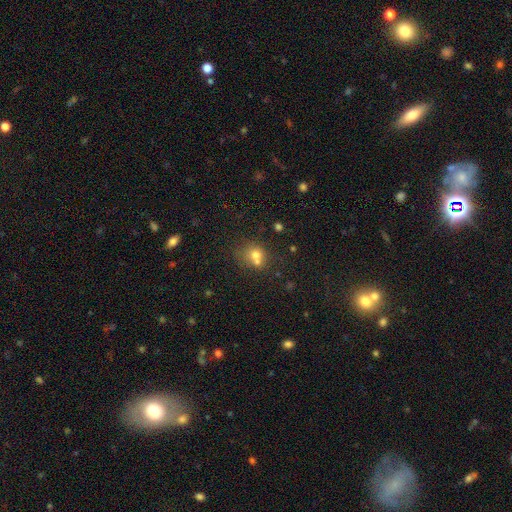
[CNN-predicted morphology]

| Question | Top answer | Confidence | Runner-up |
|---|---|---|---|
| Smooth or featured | smooth | 68% | featured or disk (17%) |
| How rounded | round | 72% | in between (27%) |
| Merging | merger | 48% | none (37%) |